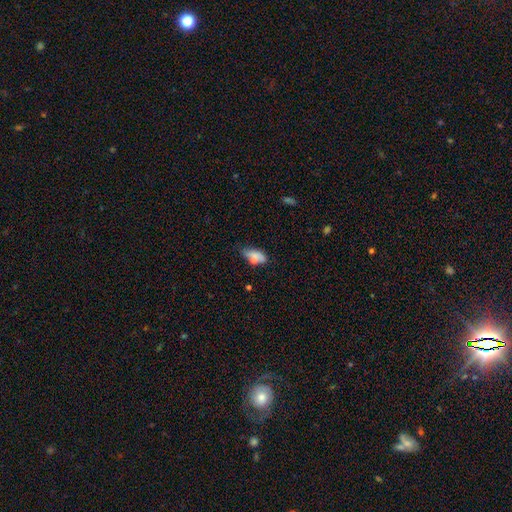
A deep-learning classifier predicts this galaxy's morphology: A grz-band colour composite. It shows a smooth galaxy with no disk features (69%) that is in between round and cigar-shaped (85%). Merging: none (46%).